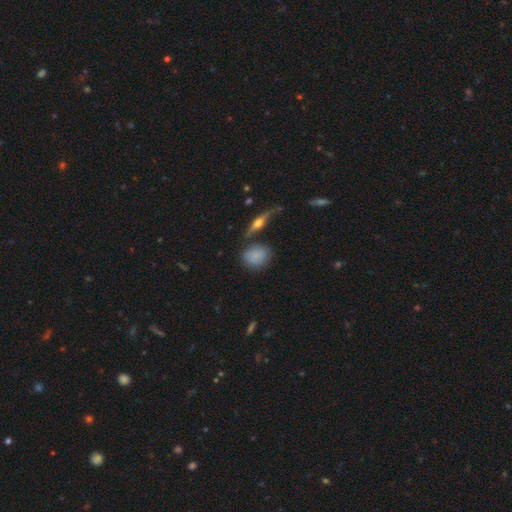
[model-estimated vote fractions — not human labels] Smooth or featured? smooth (73%)
How rounded? round (63%)
Merging? none (71%)